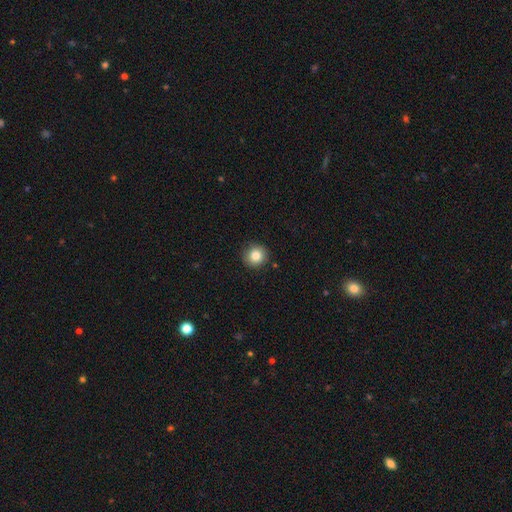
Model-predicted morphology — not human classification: A smooth galaxy with no disk features (83%) that is round (93%). Merging: none (90%).